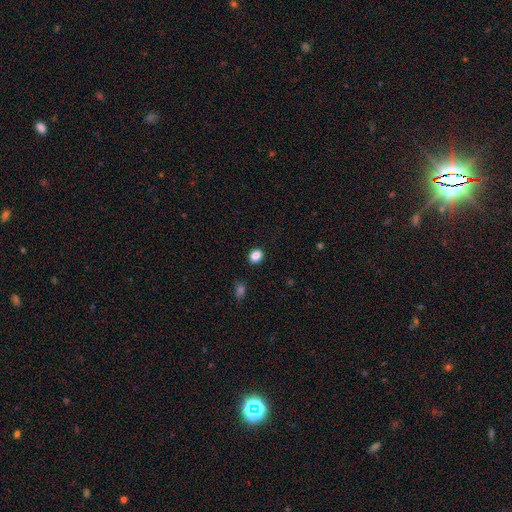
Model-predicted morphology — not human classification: Q: Smooth or featured?
A: smooth (87%); runner-up: star or artifact (10%)
Q: How rounded?
A: round (57%); runner-up: in between (42%)
Q: Merging?
A: none (89%); runner-up: minor disturbance (7%)